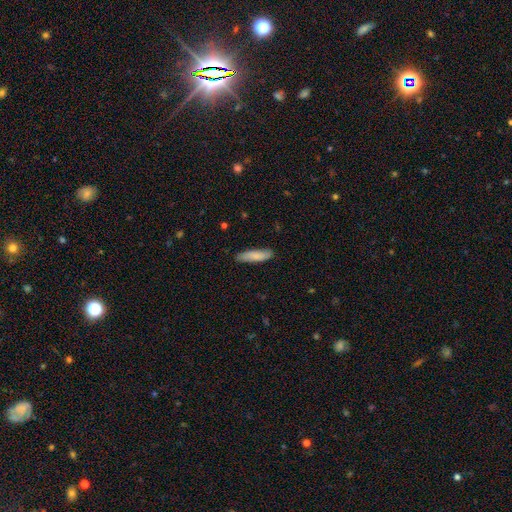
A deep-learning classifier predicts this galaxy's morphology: The model was most divided on "how rounded": cigar-shaped: 71%, in between: 28%, round: 1%. More confident: merging — none (83%); smooth or featured — smooth (82%).